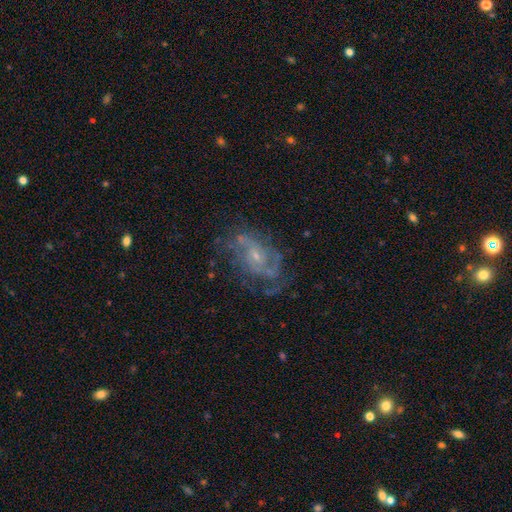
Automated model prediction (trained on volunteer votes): Overall: featured or disk (81%). Edge-on disk: no (97%). Bar: no (62%; weak 32%). Spiral arms: yes (88%). Spiral arm count: 2 (40%; can't tell 29%). Spiral winding: medium (47%; tight 32%). Bulge size: small (71%). Merging: none (60%; minor disturbance 20%).